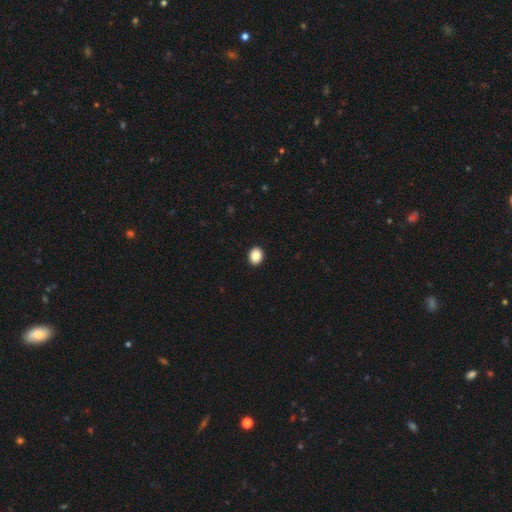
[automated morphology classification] Smooth or featured?
  - smooth: 87% *
  - star or artifact: 9%
  - featured or disk: 4%
How rounded?
  - round: 59% *
  - in between: 40%
  - cigar-shaped: 1%
Merging?
  - none: 93% *
  - minor disturbance: 5%
  - major disturbance: 1%
  - merger: 1%